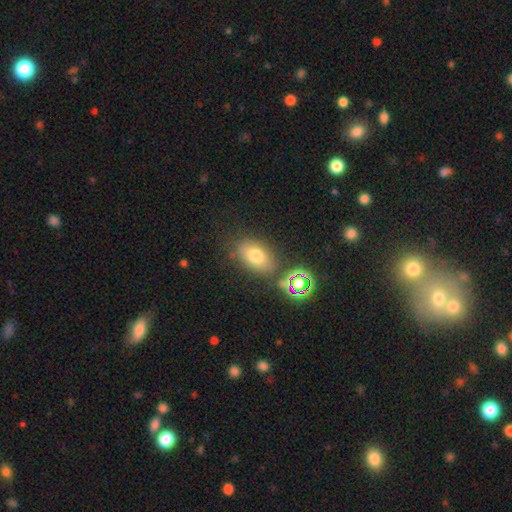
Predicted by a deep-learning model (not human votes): A smooth galaxy with no disk features (70%) that is in between round and cigar-shaped (82%). Merging: none (74%).